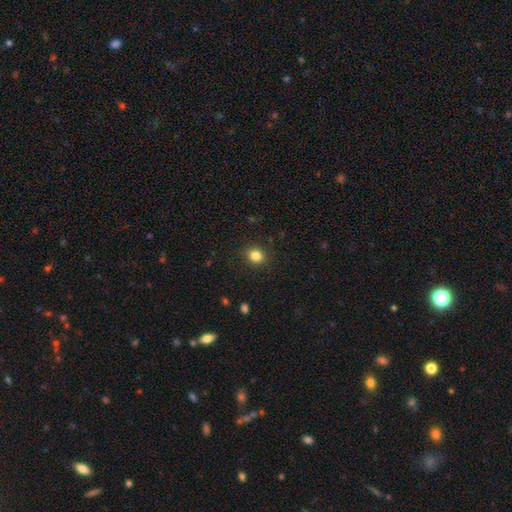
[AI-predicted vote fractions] smooth 83%, star or artifact 12%, featured or disk 5%. Down the decision tree: how rounded — round (82%); merging — none (90%).